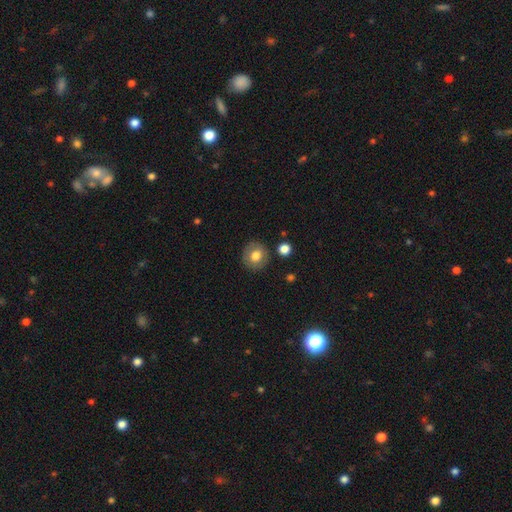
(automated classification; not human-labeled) Q: Smooth or featured?
A: smooth (73%); runner-up: featured or disk (18%)
Q: How rounded?
A: round (87%); runner-up: in between (12%)
Q: Merging?
A: none (87%); runner-up: minor disturbance (8%)